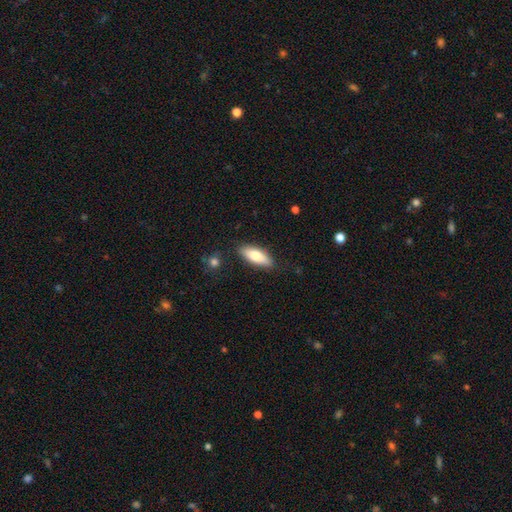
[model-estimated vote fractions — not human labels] The model was most divided on "how rounded": in between: 71%, cigar-shaped: 27%, round: 2%. More confident: merging — none (85%); smooth or featured — smooth (75%).